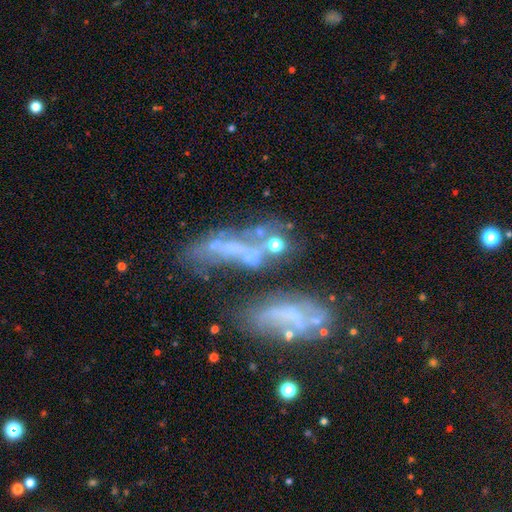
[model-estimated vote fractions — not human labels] Q: Smooth or featured?
A: featured or disk (56%); runner-up: smooth (26%)
Q: Edge-on disk?
A: no (79%); runner-up: yes (21%)
Q: Merging?
A: none (33%); runner-up: merger (25%)